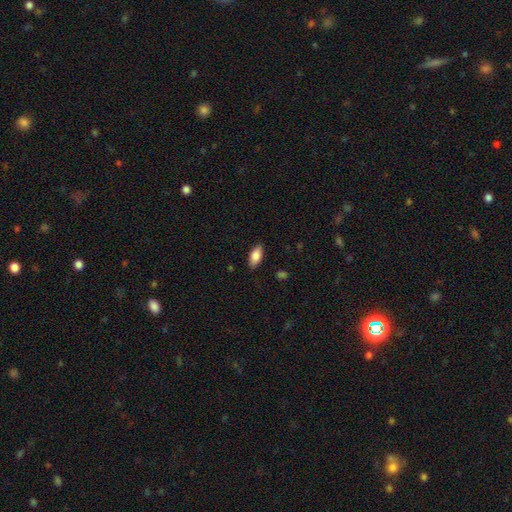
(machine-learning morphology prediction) Smooth or featured? smooth (84%)
How rounded? in between (89%)
Merging? none (86%)